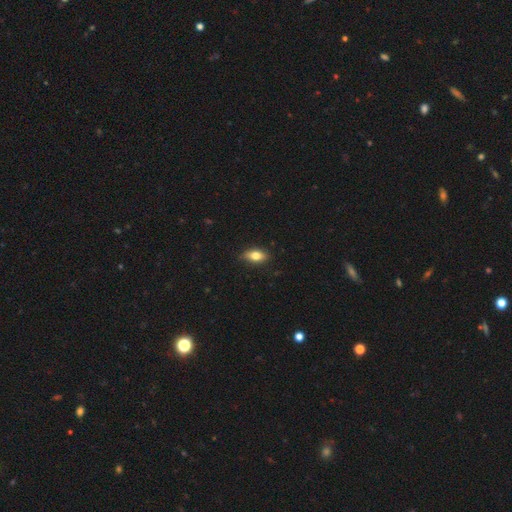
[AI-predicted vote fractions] The model was most divided on "smooth or featured": smooth: 73%, featured or disk: 20%, star or artifact: 7%. More confident: merging — none (83%); how rounded — in between (82%).